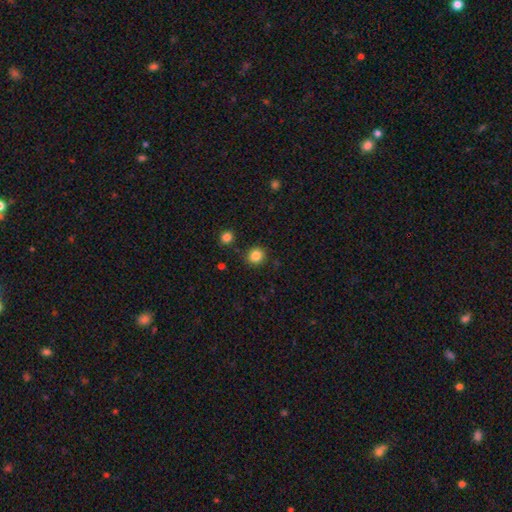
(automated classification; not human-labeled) This is clearly a smooth galaxy (85%). How rounded: clearly round (90%). Merging: clearly none (89%).